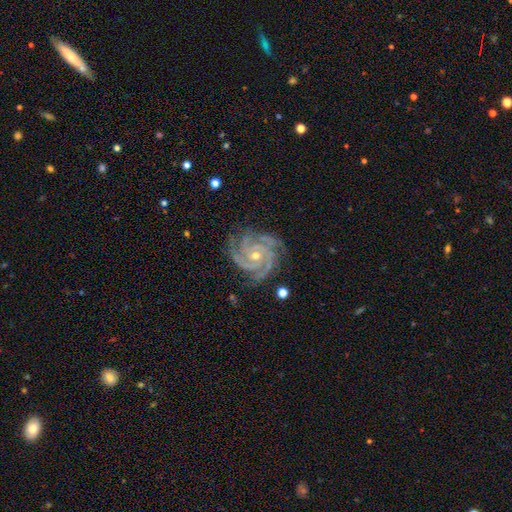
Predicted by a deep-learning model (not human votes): A featured or disk galaxy (93%) with no bar (70%), 4 (38%) tight (76%) spiral arms (99%) and a small central bulge (63%). Merging: none (79%).